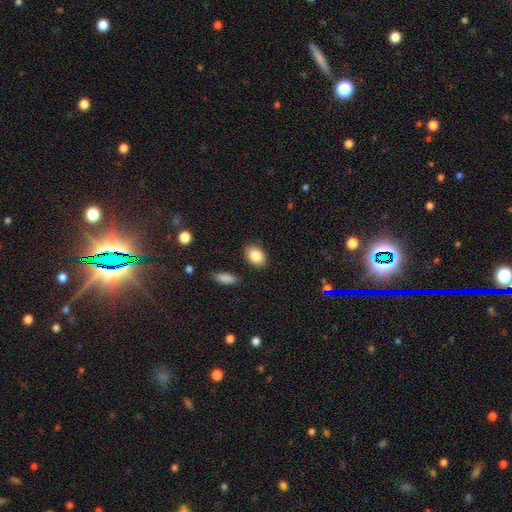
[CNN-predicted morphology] smooth_or_featured: smooth (p=0.86) [alt: star or artifact p=0.08]
how_rounded: in between (p=0.81) [alt: round p=0.17]
merging: none (p=0.86) [alt: minor disturbance p=0.09]